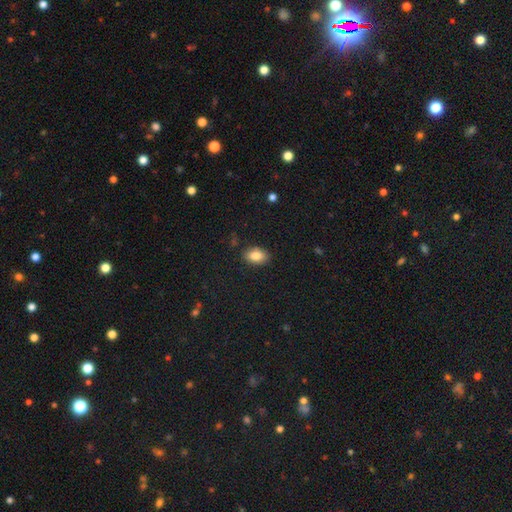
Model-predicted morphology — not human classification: The model was most divided on "how rounded": in between: 86%, round: 12%, cigar-shaped: 1%. More confident: merging — none (87%); smooth or featured — smooth (84%).